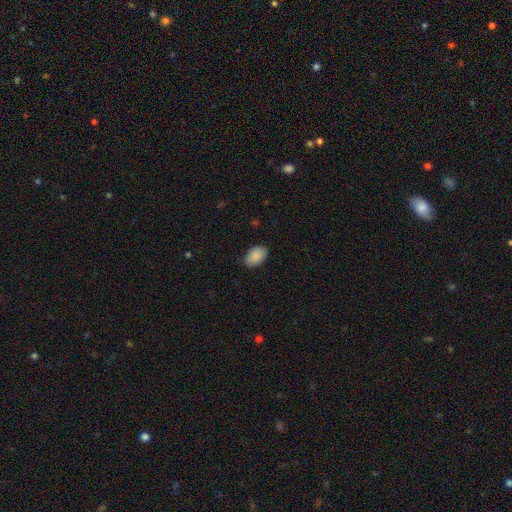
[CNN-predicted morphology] Smooth or featured: smooth — 88% (star or artifact — 6%)
How rounded: in between — 89% (round — 10%)
Merging: none — 80% (minor disturbance — 16%)